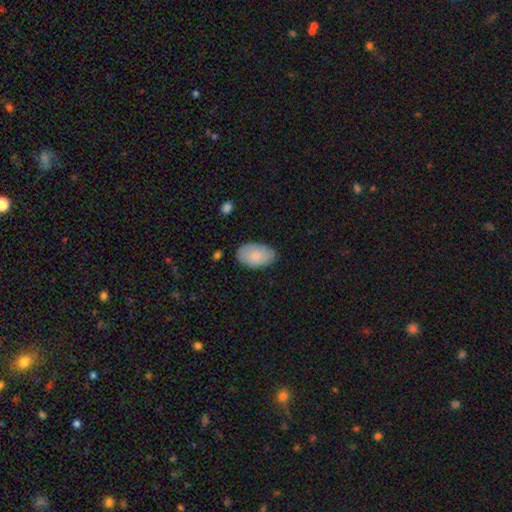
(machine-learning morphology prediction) Smooth or featured? smooth (81%)
How rounded? in between (93%)
Merging? none (78%)